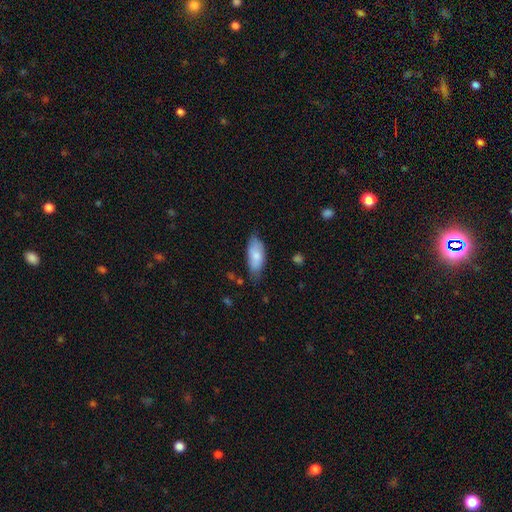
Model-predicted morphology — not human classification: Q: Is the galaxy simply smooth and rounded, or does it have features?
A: smooth — 79%.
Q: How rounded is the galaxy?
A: in between — 86%.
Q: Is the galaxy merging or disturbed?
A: none — 66%.